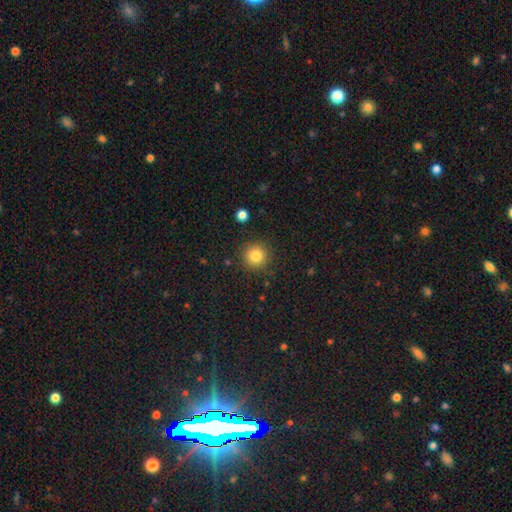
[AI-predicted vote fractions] smooth 83%, star or artifact 12%, featured or disk 6%. Down the decision tree: how rounded — round (94%); merging — none (88%).